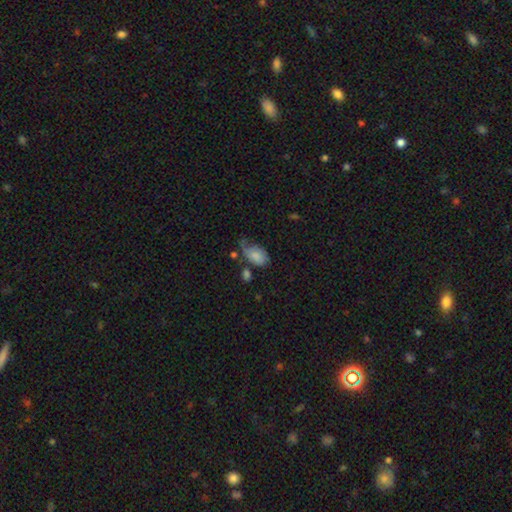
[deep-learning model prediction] Smooth or featured? Predicted: smooth (p=0.76). How rounded? Predicted: in between (p=0.91). Merging? Predicted: minor disturbance (p=0.36).